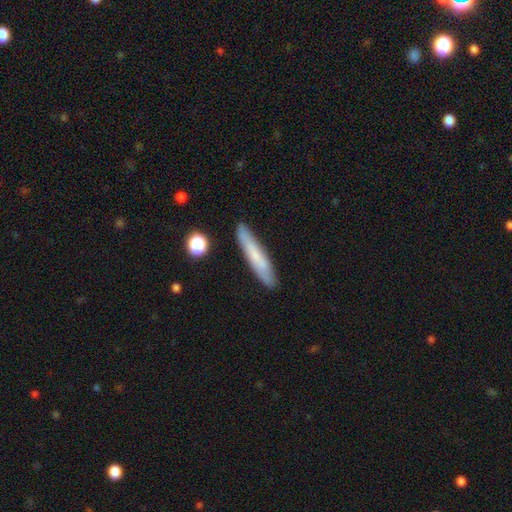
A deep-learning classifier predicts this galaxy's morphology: A smooth galaxy with no disk features (63%) that is cigar-shaped (91%).

Vote fractions:
- Smooth or featured? smooth: 63% / featured or disk: 30% / star or artifact: 7%
- How rounded? cigar-shaped: 91% / in between: 8% / round: 1%
- Merging? none: 85% / minor disturbance: 11% / major disturbance: 2% / merger: 2%